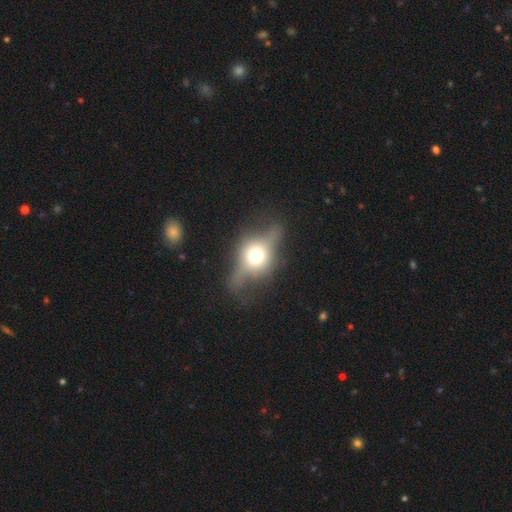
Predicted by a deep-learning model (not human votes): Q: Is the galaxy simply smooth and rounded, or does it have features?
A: featured or disk — 60%.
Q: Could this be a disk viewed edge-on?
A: yes — 74%.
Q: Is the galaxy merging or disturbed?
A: none — 55%.